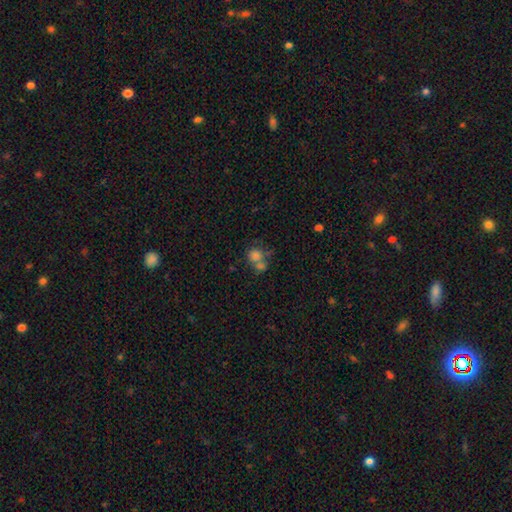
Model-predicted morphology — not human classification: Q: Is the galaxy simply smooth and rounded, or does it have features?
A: smooth — 76%.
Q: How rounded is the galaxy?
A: round — 76%.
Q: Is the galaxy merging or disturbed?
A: merger — 51%.